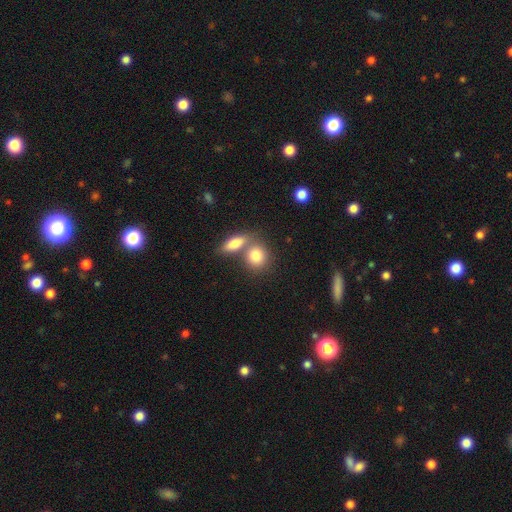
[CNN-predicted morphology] A smooth galaxy with no disk features (82%) that is round (59%). Merging: none (44%, tied with merger).